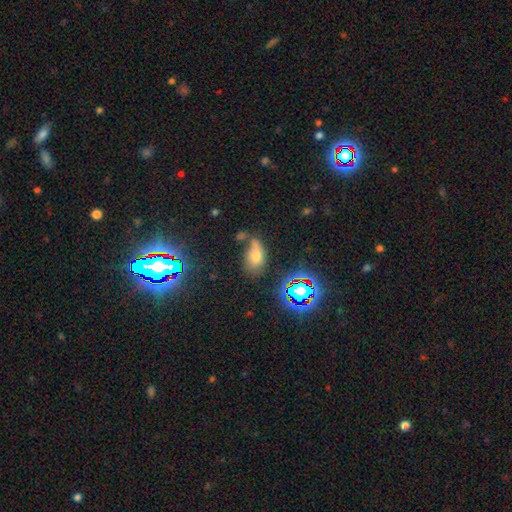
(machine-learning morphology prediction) Smooth or featured?
  - smooth: 62% *
  - star or artifact: 24%
  - featured or disk: 14%
How rounded?
  - in between: 82% *
  - round: 15%
  - cigar-shaped: 3%
Merging?
  - none: 44% *
  - merger: 24%
  - minor disturbance: 20%
  - major disturbance: 12%